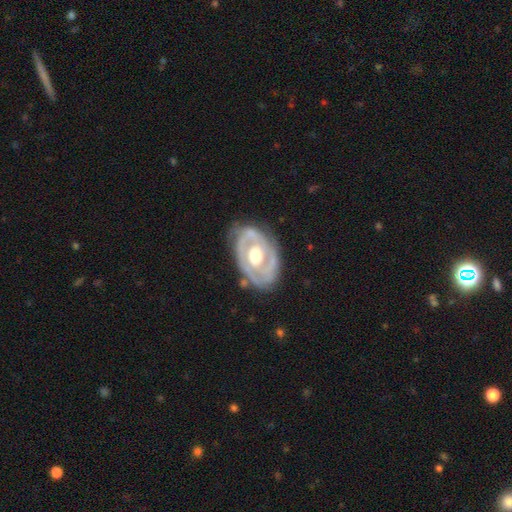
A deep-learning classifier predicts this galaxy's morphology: smooth_or_featured: featured or disk (p=0.80) [alt: smooth p=0.16]
disk_edge_on: no (p=0.94) [alt: yes p=0.06]
bar: no (p=0.68) [alt: weak p=0.23]
has_spiral_arms: yes (p=0.62) [alt: no p=0.38]
bulge_size: moderate (p=0.65) [alt: large p=0.28]
merging: none (p=0.72) [alt: minor disturbance p=0.20]